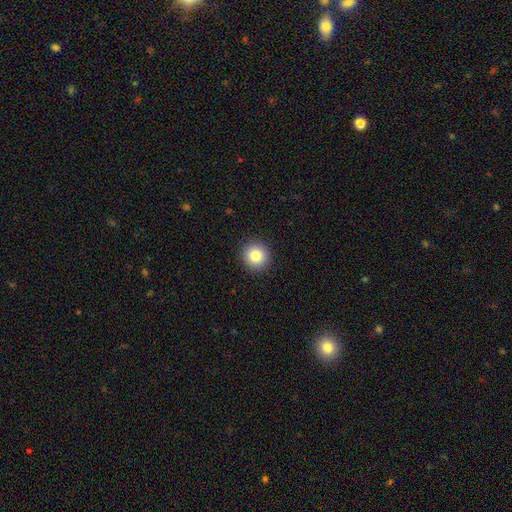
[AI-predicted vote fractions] Morphology: type=smooth (82%); roundness=round (93%); merging=none (92%).